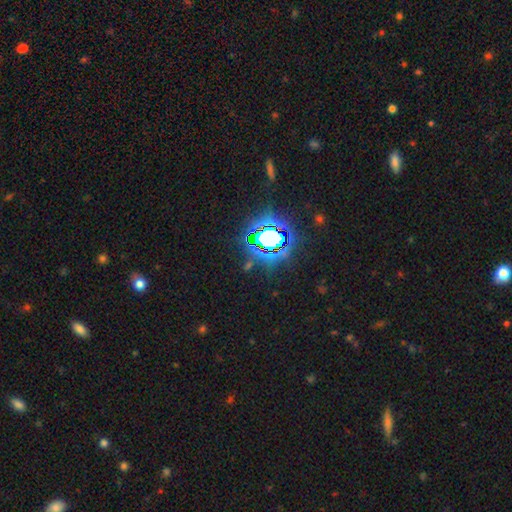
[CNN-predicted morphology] This is likely a star or artifact rather than a galaxy (79%).